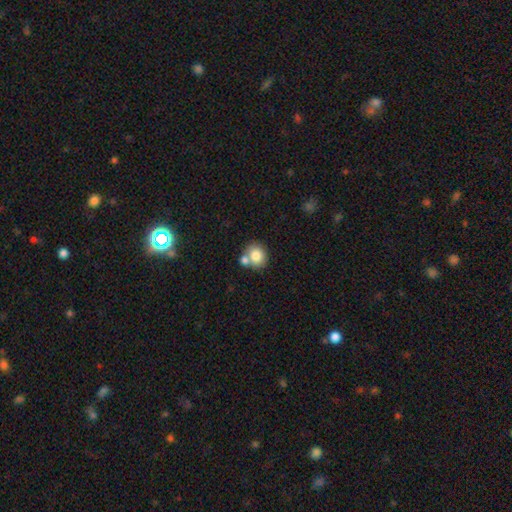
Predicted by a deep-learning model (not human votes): smooth 80%, featured or disk 11%, star or artifact 9%. Down the decision tree: how rounded — round (76%); merging — none (54%).